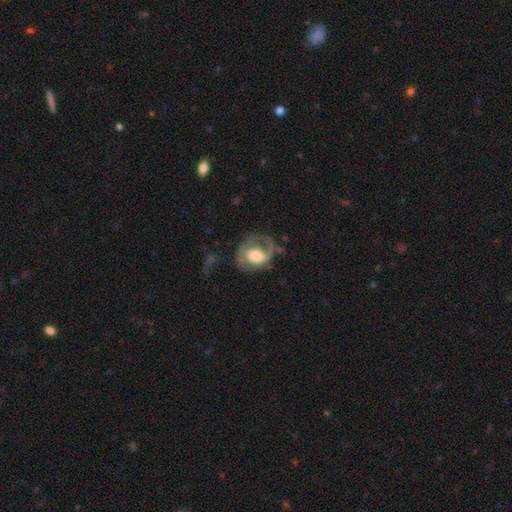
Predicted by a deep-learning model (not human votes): This appears to be a featured or disk galaxy (62%) with no bar (68%), spiral arms (68%) and a moderate central bulge (49%). Merging: none (41%).